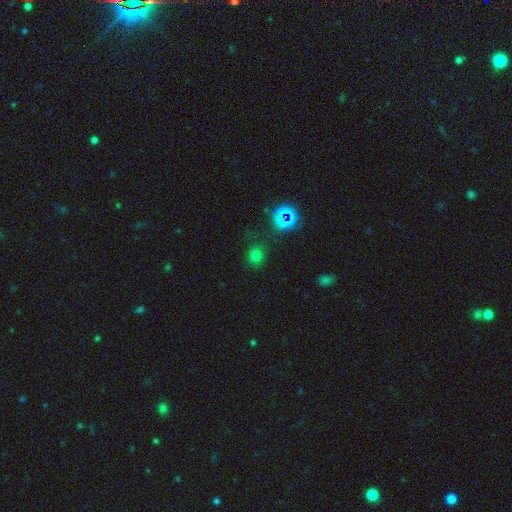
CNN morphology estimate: The model was most divided on "smooth or featured": smooth: 67%, star or artifact: 26%, featured or disk: 7%. More confident: merging — none (81%); how rounded — round (81%).